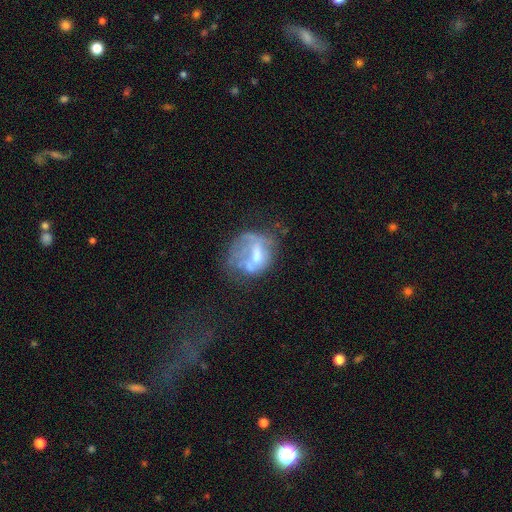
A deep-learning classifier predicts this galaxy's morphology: A featured or disk galaxy (53%) with no bar (64%), no spiral arms (82%) and a moderate central bulge (38%). Merging: major disturbance (32%).